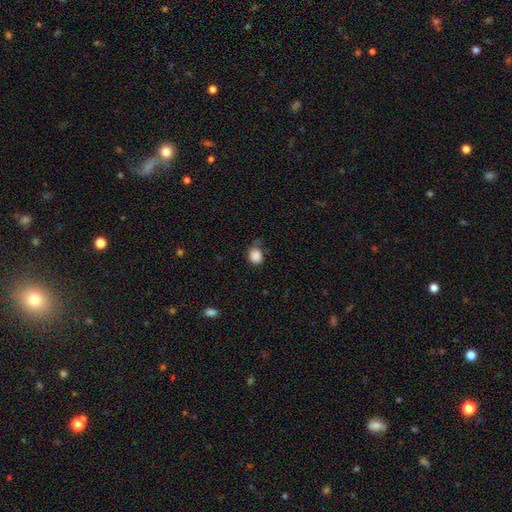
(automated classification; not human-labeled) Smooth or featured? Predicted: smooth (p=0.87). How rounded? Predicted: round (p=0.58). Merging? Predicted: none (p=0.56).